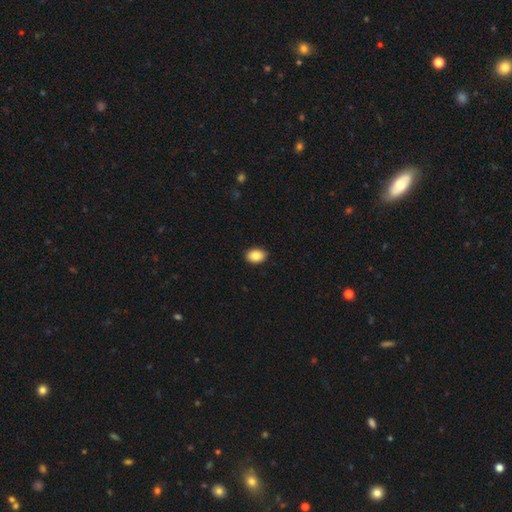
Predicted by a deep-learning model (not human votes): A smooth galaxy with no disk features (88%) that is in between round and cigar-shaped (81%).

Vote fractions:
- Smooth or featured? smooth: 88% / star or artifact: 7% / featured or disk: 4%
- How rounded? in between: 81% / round: 18% / cigar-shaped: 1%
- Merging? none: 90% / minor disturbance: 8% / major disturbance: 2% / merger: 1%